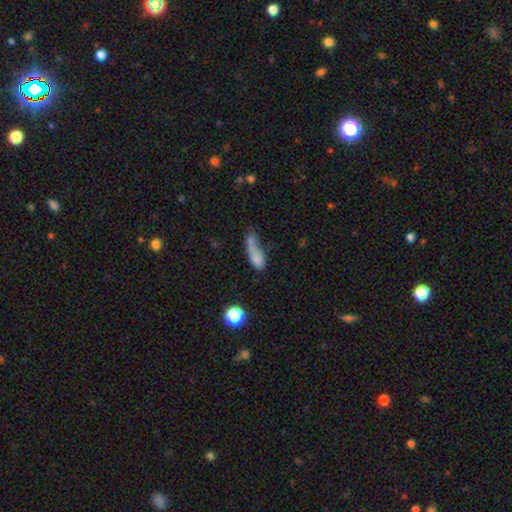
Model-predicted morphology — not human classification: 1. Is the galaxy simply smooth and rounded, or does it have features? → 68% smooth, 19% featured or disk, 13% star or artifact.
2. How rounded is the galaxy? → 58% in between, 30% cigar-shaped, 11% round.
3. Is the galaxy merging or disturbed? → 39% merger, 23% major disturbance, 22% none, 16% minor disturbance.